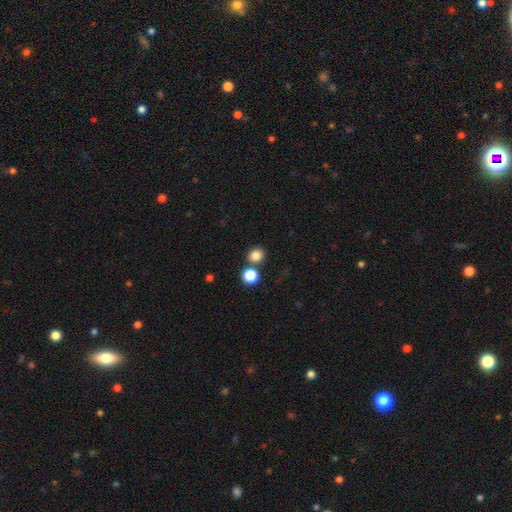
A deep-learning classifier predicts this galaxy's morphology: Overall: smooth (82%). How rounded: round (81%). Merging: none (72%).